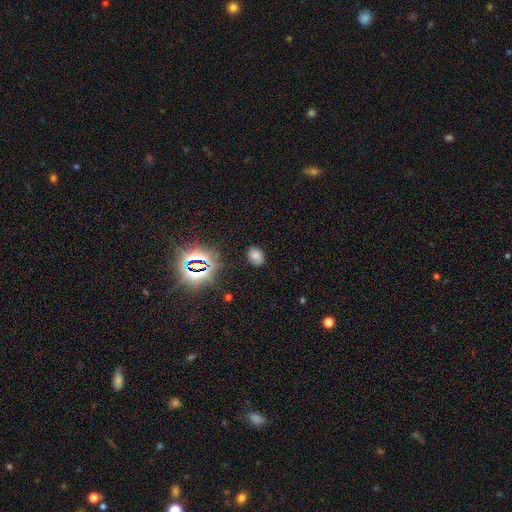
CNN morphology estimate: Smooth or featured?
  - smooth: 65% *
  - star or artifact: 24%
  - featured or disk: 10%
How rounded?
  - in between: 74% *
  - round: 25%
  - cigar-shaped: 1%
Merging?
  - none: 81% *
  - minor disturbance: 14%
  - major disturbance: 4%
  - merger: 2%